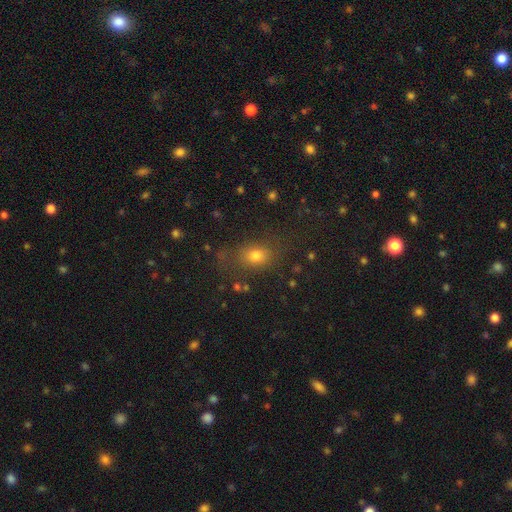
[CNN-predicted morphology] Smooth or featured? smooth (73%)
How rounded? in between (60%)
Merging? none (74%)